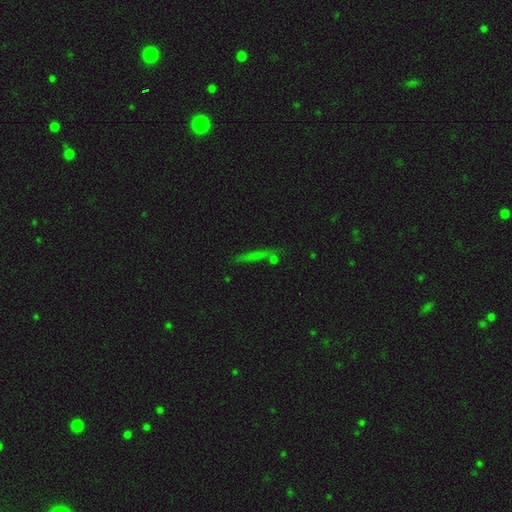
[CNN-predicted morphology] Q: Smooth or featured?
A: smooth (53%); runner-up: featured or disk (25%)
Q: How rounded?
A: cigar-shaped (85%); runner-up: in between (9%)
Q: Merging?
A: none (75%); runner-up: minor disturbance (12%)